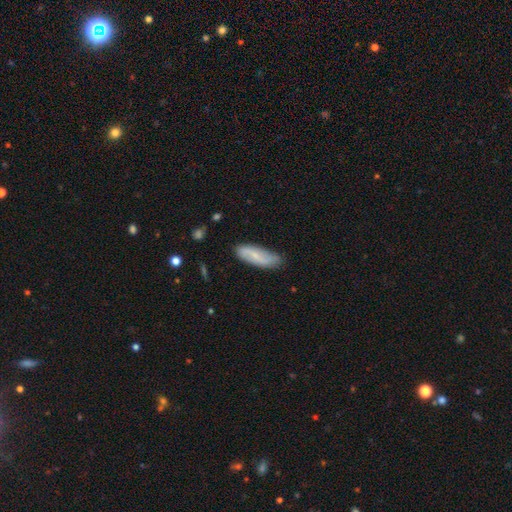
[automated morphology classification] A smooth galaxy with no disk features (48%).

Vote fractions:
- Smooth or featured? smooth: 48% / featured or disk: 45% / star or artifact: 6%
- Merging? none: 79% / minor disturbance: 17% / major disturbance: 3% / merger: 2%